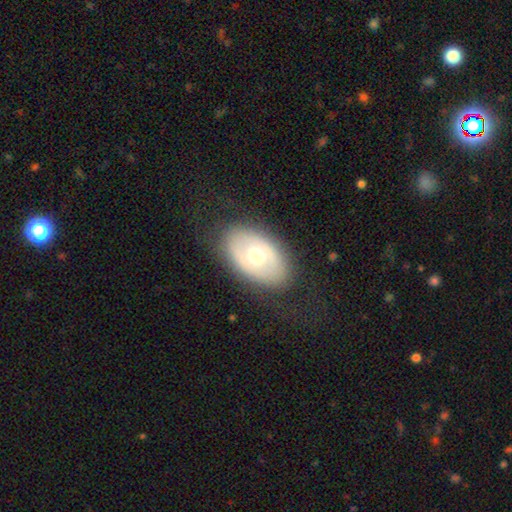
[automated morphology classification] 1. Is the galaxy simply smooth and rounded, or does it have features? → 47% smooth, 46% featured or disk, 7% star or artifact.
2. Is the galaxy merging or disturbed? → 81% none, 13% minor disturbance, 5% major disturbance, 1% merger.